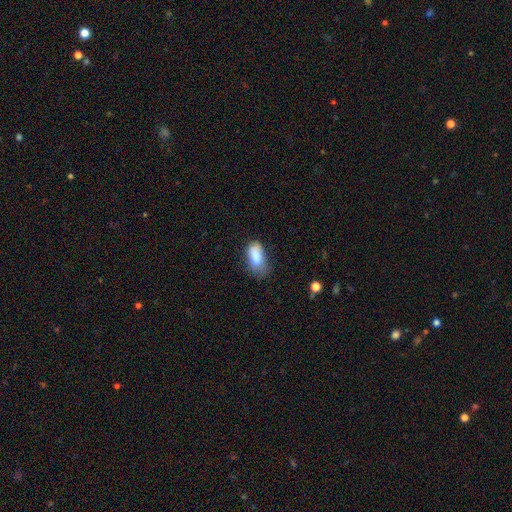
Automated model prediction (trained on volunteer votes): smooth-or-featured: smooth: 83% | featured or disk: 9% | star or artifact: 8%
  how-rounded: in between: 92% | cigar-shaped: 5% | round: 4%
  merging: none: 45% | minor disturbance: 37% | major disturbance: 16% | merger: 2%